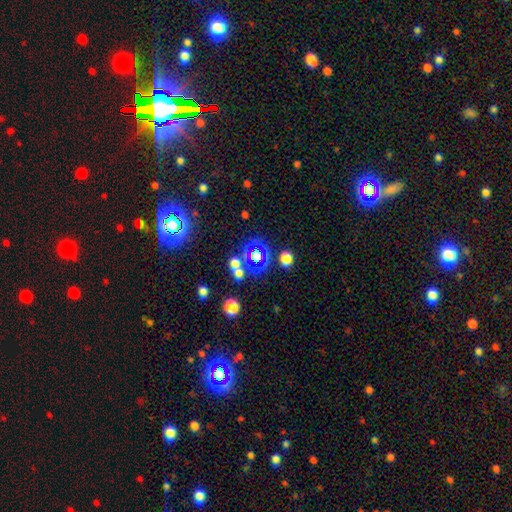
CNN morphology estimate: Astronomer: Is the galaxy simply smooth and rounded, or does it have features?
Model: star or artifact — 49% (runner-up: smooth, 40%).